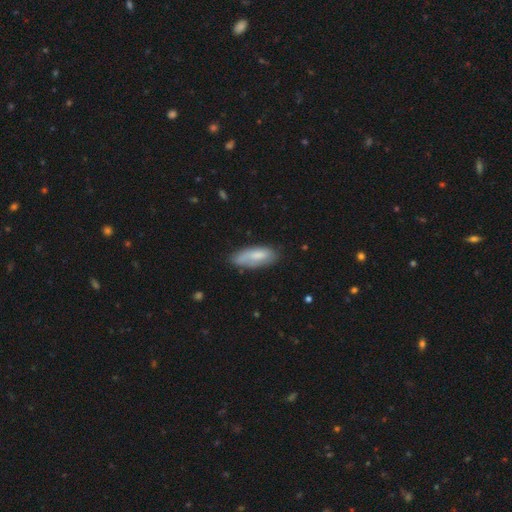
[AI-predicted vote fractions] smooth_or_featured: smooth (p=0.71) [alt: featured or disk p=0.22]
how_rounded: in between (p=0.73) [alt: cigar-shaped p=0.25]
merging: none (p=0.62) [alt: minor disturbance p=0.28]